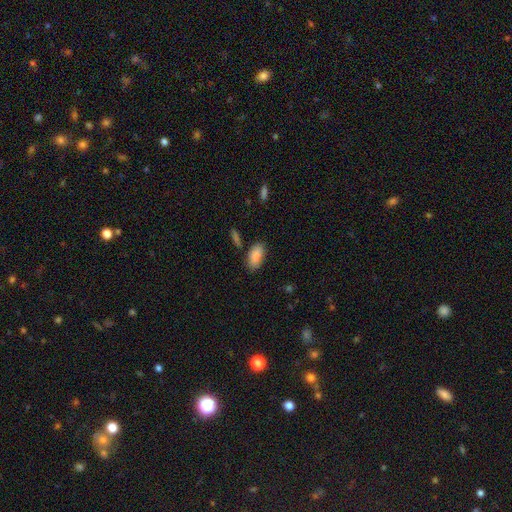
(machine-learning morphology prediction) Smooth or featured?
  - smooth: 88% *
  - star or artifact: 7%
  - featured or disk: 5%
How rounded?
  - in between: 92% *
  - cigar-shaped: 5%
  - round: 3%
Merging?
  - none: 79% *
  - minor disturbance: 14%
  - merger: 4%
  - major disturbance: 3%